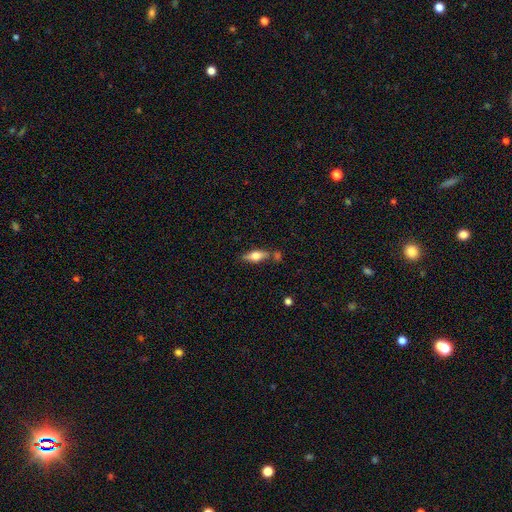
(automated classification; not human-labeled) This is possibly a smooth galaxy (59%). How rounded: likely in between (62%). Merging: likely none (67%).